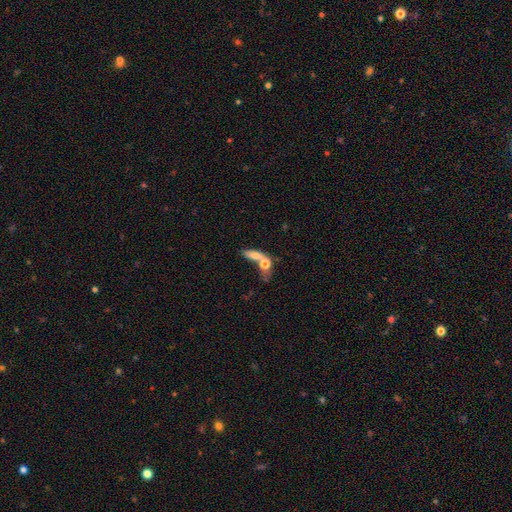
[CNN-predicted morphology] type=smooth (69%); roundness=in between (57%); merging=merger (51%).